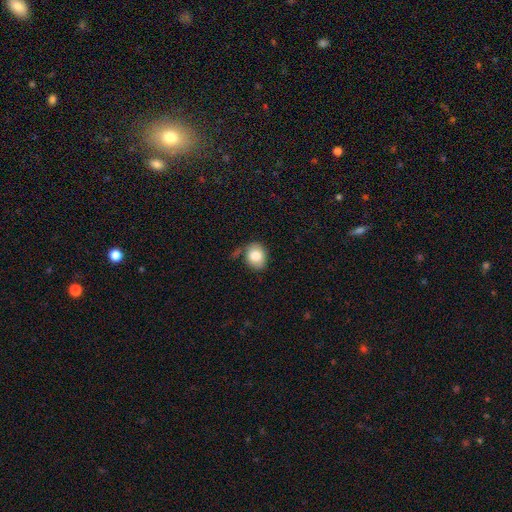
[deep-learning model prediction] A smooth galaxy with no disk features (81%) that is round (51%). Merging: none (63%).